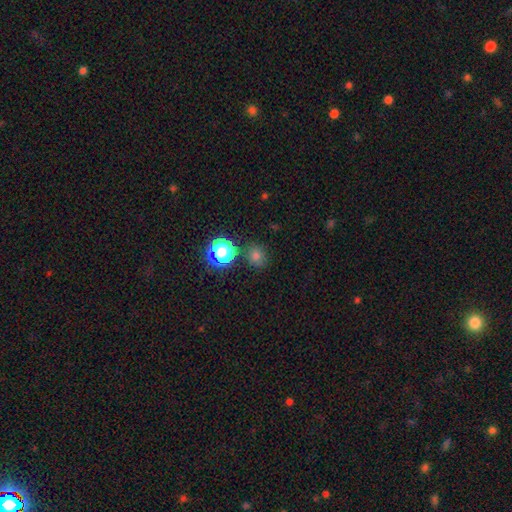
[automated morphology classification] smooth 71%, star or artifact 23%, featured or disk 6%. Down the decision tree: how rounded — round (82%); merging — none (81%).